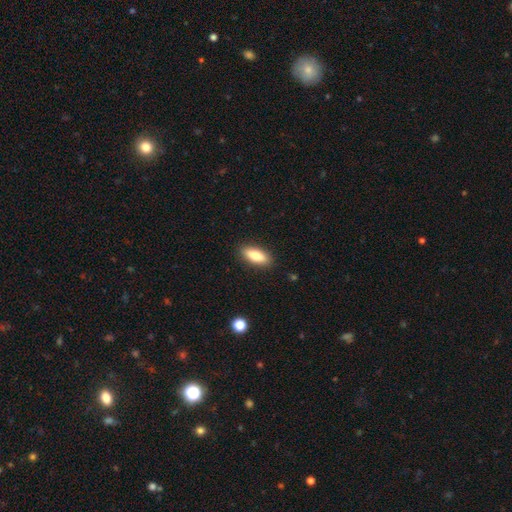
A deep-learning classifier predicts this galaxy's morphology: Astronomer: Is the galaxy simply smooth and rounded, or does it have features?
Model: smooth — 79%.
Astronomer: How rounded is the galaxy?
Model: in between — 74%.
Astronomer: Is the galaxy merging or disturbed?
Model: none — 89%.